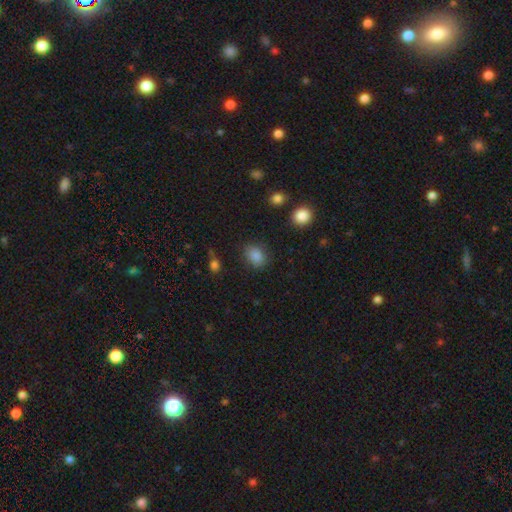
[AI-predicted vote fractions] A smooth galaxy with no disk features (86%) that is in between round and cigar-shaped (61%).

Vote fractions:
- Smooth or featured? smooth: 86% / star or artifact: 10% / featured or disk: 4%
- How rounded? in between: 61% / round: 38% / cigar-shaped: 1%
- Merging? none: 81% / minor disturbance: 13% / major disturbance: 4% / merger: 2%